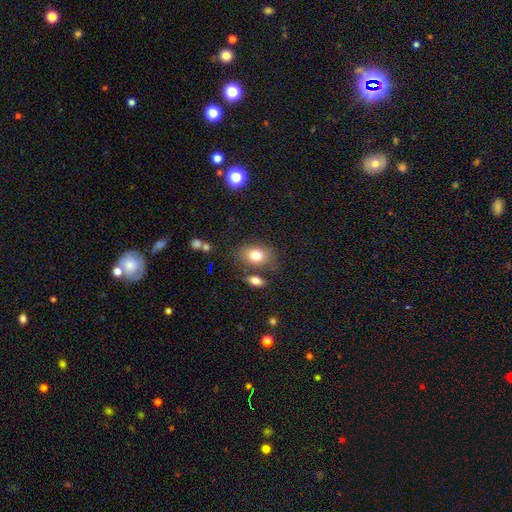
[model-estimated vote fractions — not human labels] Smooth or featured? smooth (79%)
How rounded? in between (70%)
Merging? none (68%)